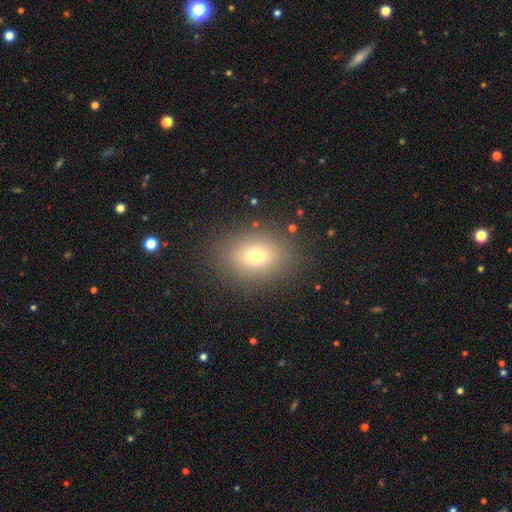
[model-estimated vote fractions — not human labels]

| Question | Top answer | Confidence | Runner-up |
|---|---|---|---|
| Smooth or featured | smooth | 70% | star or artifact (17%) |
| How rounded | in between | 69% | round (29%) |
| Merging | none | 87% | minor disturbance (8%) |